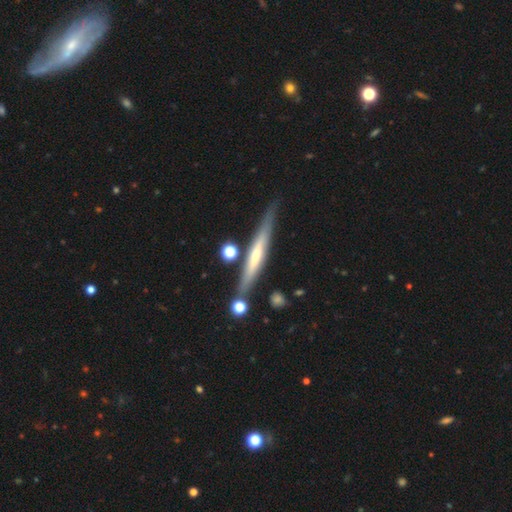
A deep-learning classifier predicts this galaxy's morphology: The model was most divided on "edge-on bulge": none: 46%, rounded: 36%, boxy: 18%. More confident: edge-on disk — yes (92%); merging — none (76%); smooth or featured — featured or disk (59%).